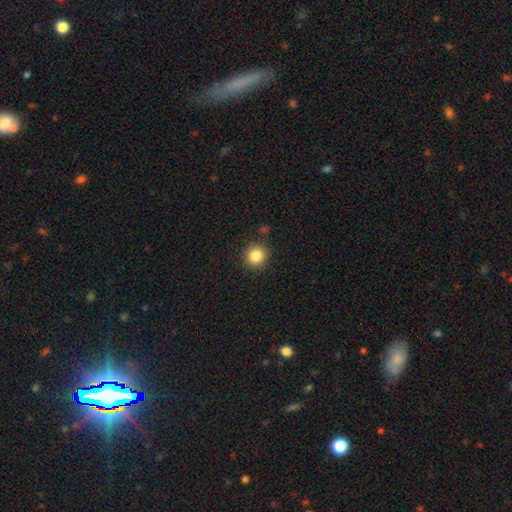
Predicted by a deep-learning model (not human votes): The model was most divided on "smooth or featured": smooth: 85%, star or artifact: 10%, featured or disk: 5%. More confident: how rounded — round (89%); merging — none (88%).